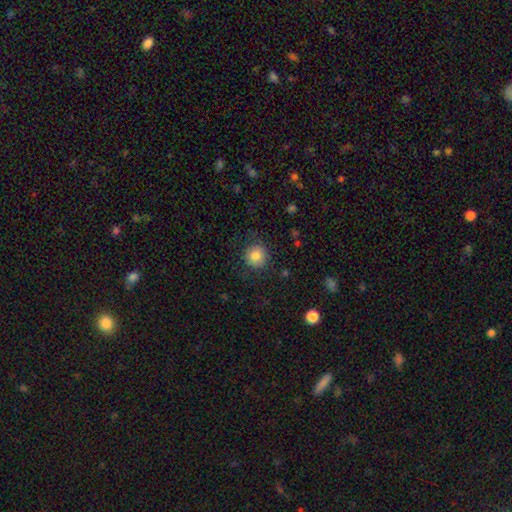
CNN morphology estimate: smooth_or_featured: smooth (p=0.84) [alt: star or artifact p=0.09]
how_rounded: round (p=0.91) [alt: in between p=0.08]
merging: none (p=0.83) [alt: minor disturbance p=0.11]